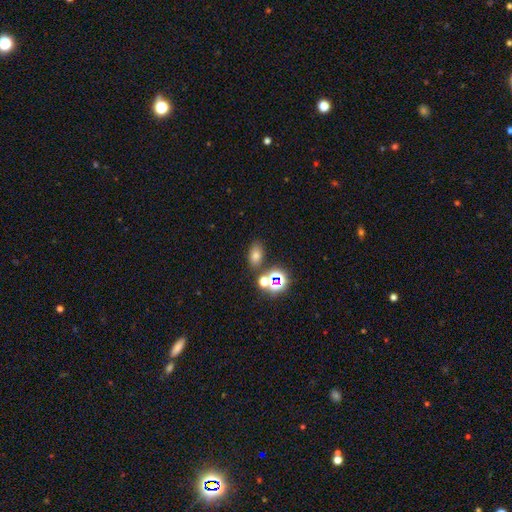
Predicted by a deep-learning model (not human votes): Smooth or featured?
  - smooth: 63% *
  - star or artifact: 25%
  - featured or disk: 12%
How rounded?
  - in between: 79% *
  - round: 18%
  - cigar-shaped: 3%
Merging?
  - none: 74% *
  - merger: 12%
  - minor disturbance: 10%
  - major disturbance: 4%